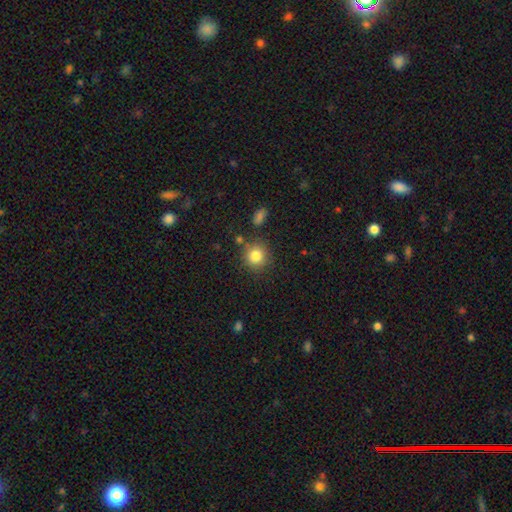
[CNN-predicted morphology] A smooth galaxy with no disk features (83%) that is round (89%). Merging: none (82%).